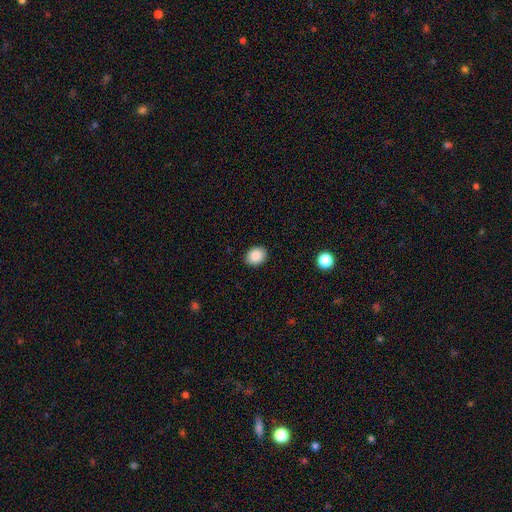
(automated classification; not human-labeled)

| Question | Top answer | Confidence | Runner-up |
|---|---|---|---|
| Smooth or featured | smooth | 88% | star or artifact (8%) |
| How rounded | round | 53% | in between (46%) |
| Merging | none | 90% | minor disturbance (7%) |